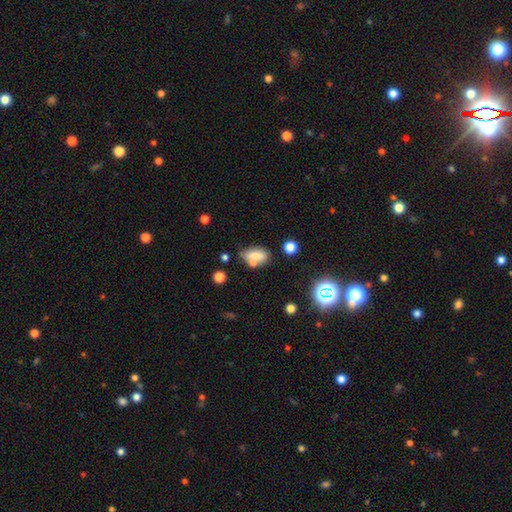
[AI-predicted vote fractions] smooth 71%, featured or disk 16%, star or artifact 12%. Down the decision tree: how rounded — in between (81%); merging — none (51%).